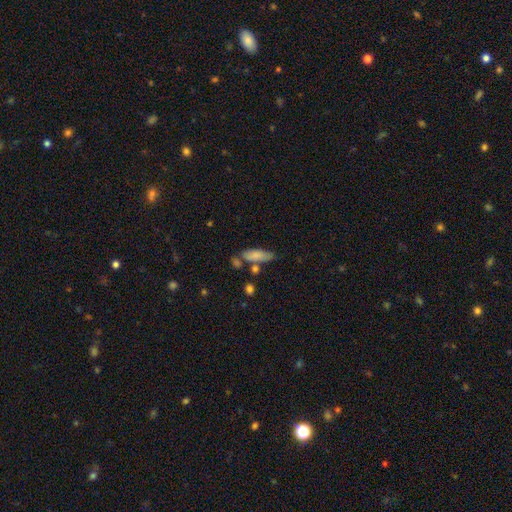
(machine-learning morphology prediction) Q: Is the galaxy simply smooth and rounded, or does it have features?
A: smooth — 79%.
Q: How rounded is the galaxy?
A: in between — 54%.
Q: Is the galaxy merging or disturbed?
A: none — 56%.